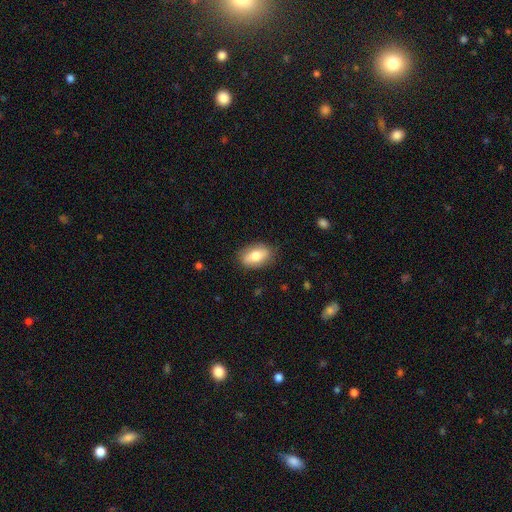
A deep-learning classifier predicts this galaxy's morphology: Q: Smooth or featured?
A: smooth (73%); runner-up: featured or disk (20%)
Q: How rounded?
A: in between (88%); runner-up: round (8%)
Q: Merging?
A: none (83%); runner-up: minor disturbance (13%)